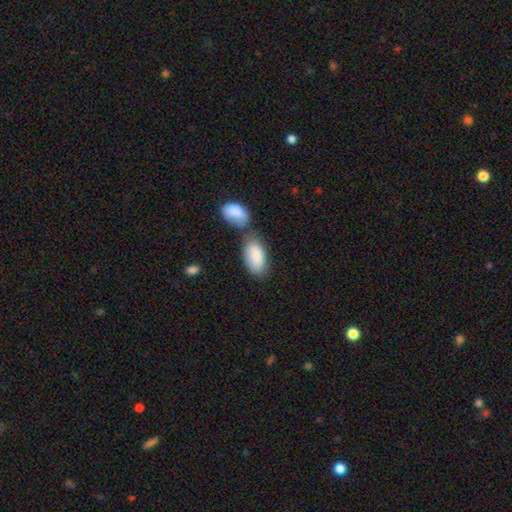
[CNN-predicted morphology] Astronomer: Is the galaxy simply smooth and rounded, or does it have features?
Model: smooth — 88%.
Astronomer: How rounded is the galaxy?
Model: in between — 94%.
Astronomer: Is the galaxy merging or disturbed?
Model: none — 43% (runner-up: merger, 36%).